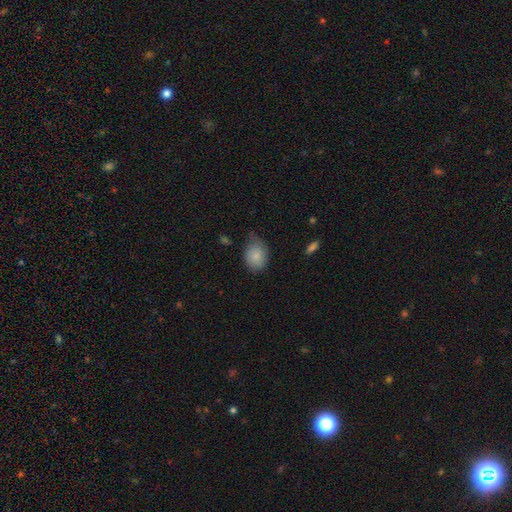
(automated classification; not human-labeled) The model was most divided on "how rounded": in between: 63%, round: 36%, cigar-shaped: 1%. More confident: smooth or featured — smooth (85%); merging — none (61%).